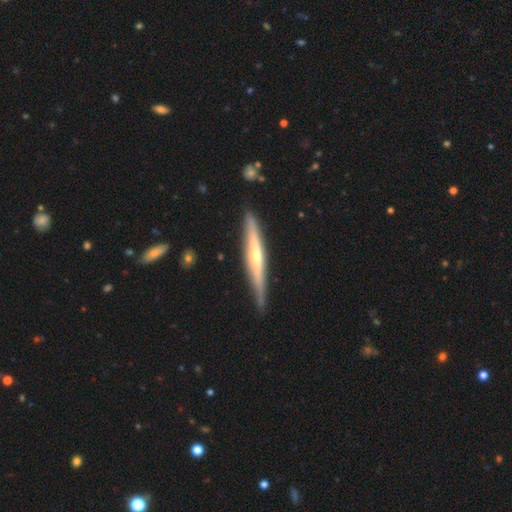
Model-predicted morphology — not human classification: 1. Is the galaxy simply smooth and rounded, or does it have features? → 68% featured or disk, 27% smooth, 5% star or artifact.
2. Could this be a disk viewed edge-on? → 96% yes, 4% no.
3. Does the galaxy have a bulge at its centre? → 60% rounded, 32% none, 8% boxy.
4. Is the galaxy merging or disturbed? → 85% none, 12% minor disturbance, 2% major disturbance, 1% merger.